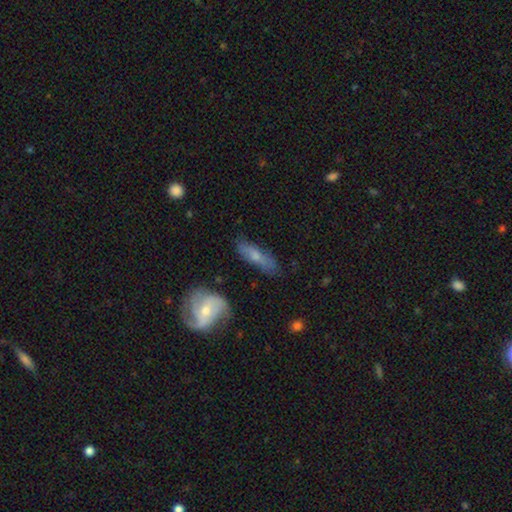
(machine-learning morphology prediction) Smooth or featured? Predicted: smooth (p=0.52). How rounded? Predicted: cigar-shaped (p=0.63). Merging? Predicted: none (p=0.73).